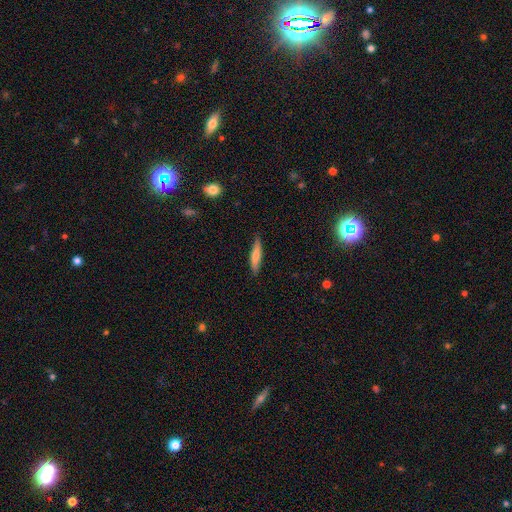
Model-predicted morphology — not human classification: Smooth or featured: smooth — 72% (featured or disk — 22%)
How rounded: cigar-shaped — 83% (in between — 15%)
Merging: none — 85% (minor disturbance — 12%)